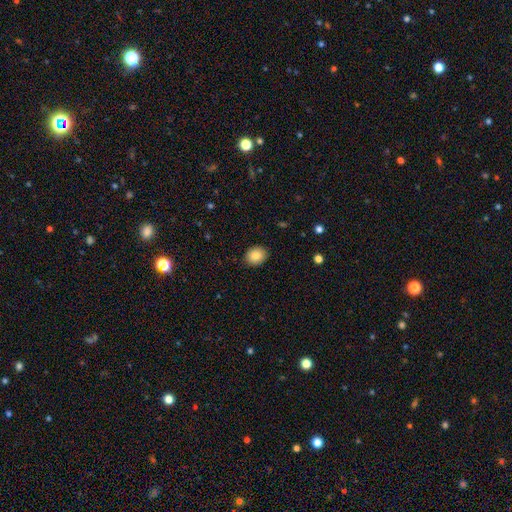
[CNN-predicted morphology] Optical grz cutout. It shows a smooth galaxy with no disk features (85%) that is round (52%). Merging: none (89%).